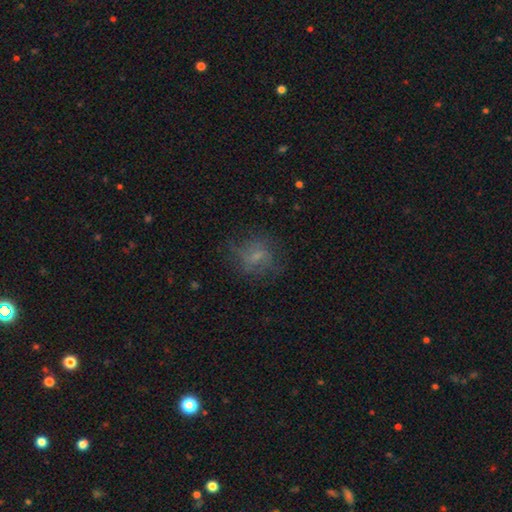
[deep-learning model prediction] Smooth or featured? smooth (46%)
Merging? none (65%)